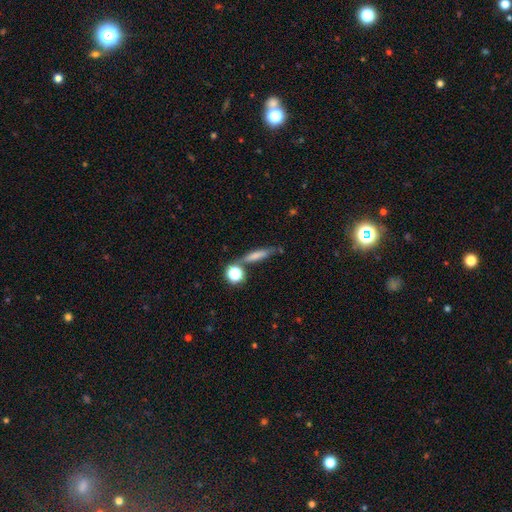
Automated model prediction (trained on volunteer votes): Smooth or featured?
  - smooth: 66% *
  - featured or disk: 23%
  - star or artifact: 11%
How rounded?
  - cigar-shaped: 74% *
  - in between: 18%
  - round: 8%
Merging?
  - none: 66% *
  - minor disturbance: 15%
  - merger: 13%
  - major disturbance: 6%